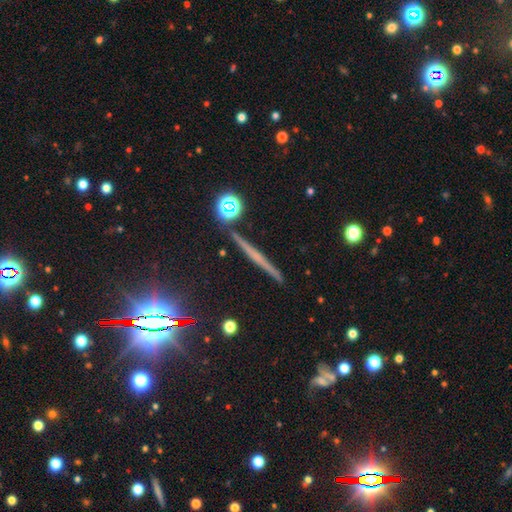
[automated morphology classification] type=featured or disk (55%); edge-on=yes (97%); edge-on bulge=none (68%); merging=none (88%).